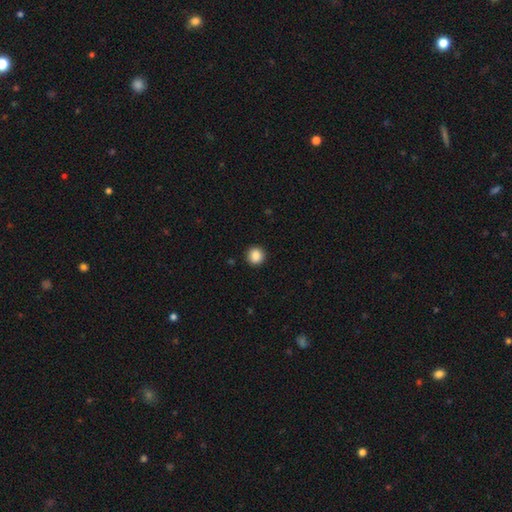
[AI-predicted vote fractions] A smooth galaxy with no disk features (87%) that is round (92%). Merging: none (92%).